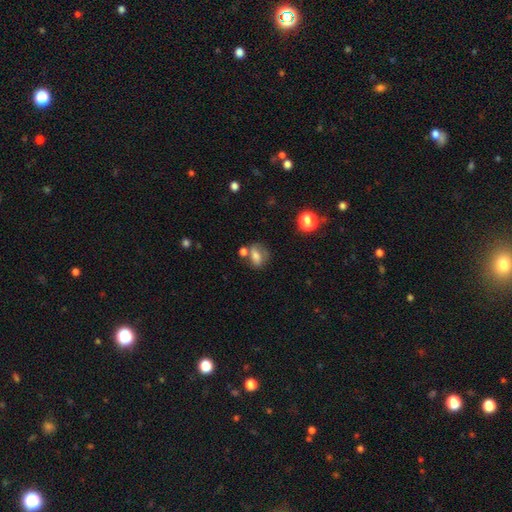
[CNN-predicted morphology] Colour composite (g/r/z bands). It shows a smooth galaxy with no disk features (64%) that is in between round and cigar-shaped (68%). Merging: none (48%).